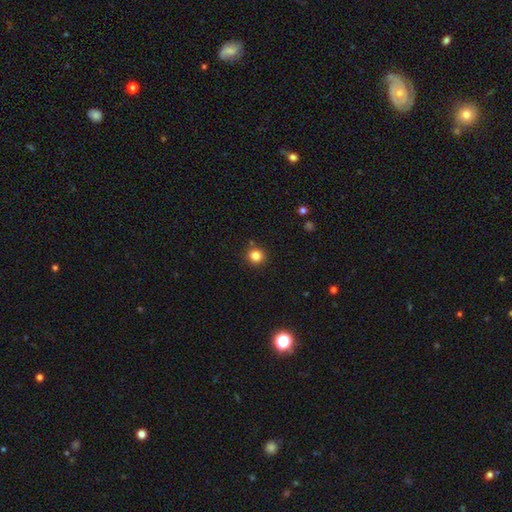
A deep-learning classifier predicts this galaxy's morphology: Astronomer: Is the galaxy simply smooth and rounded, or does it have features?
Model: smooth — 83%.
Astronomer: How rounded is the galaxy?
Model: round — 92%.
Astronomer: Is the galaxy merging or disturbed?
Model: none — 87%.